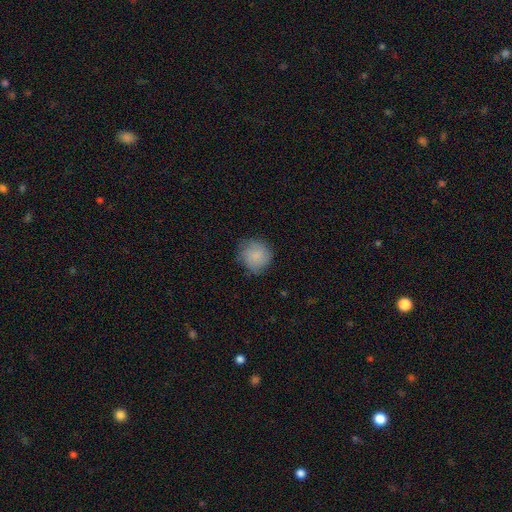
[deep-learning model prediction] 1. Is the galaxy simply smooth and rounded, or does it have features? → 81% smooth, 11% featured or disk, 7% star or artifact.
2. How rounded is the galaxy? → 90% round, 9% in between, 1% cigar-shaped.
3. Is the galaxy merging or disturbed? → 71% none, 22% minor disturbance, 6% major disturbance, 1% merger.